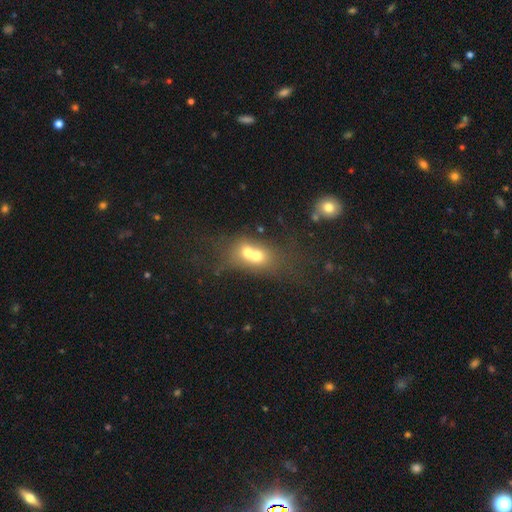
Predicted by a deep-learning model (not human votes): smooth_or_featured: smooth (p=0.60) [alt: featured or disk p=0.28]
how_rounded: round (p=0.52) [alt: in between p=0.46]
merging: merger (p=0.73) [alt: none p=0.17]